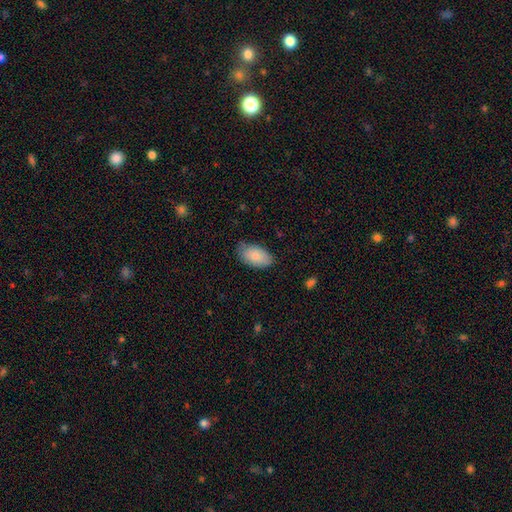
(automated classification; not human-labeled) Morphology: type=smooth (85%); roundness=in between (94%); merging=none (74%).